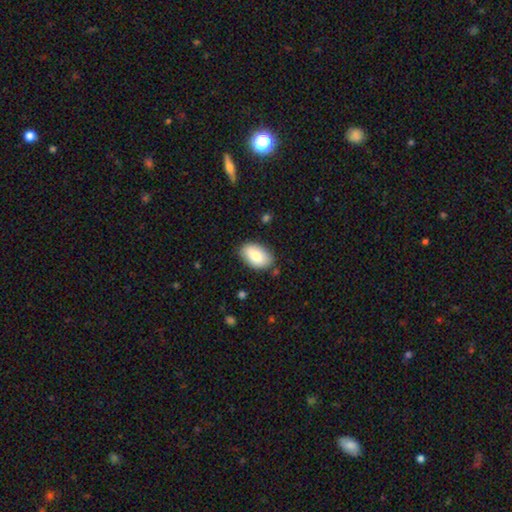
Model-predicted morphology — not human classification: Q: Smooth or featured?
A: smooth (82%); runner-up: featured or disk (11%)
Q: How rounded?
A: in between (93%); runner-up: round (6%)
Q: Merging?
A: none (83%); runner-up: minor disturbance (13%)